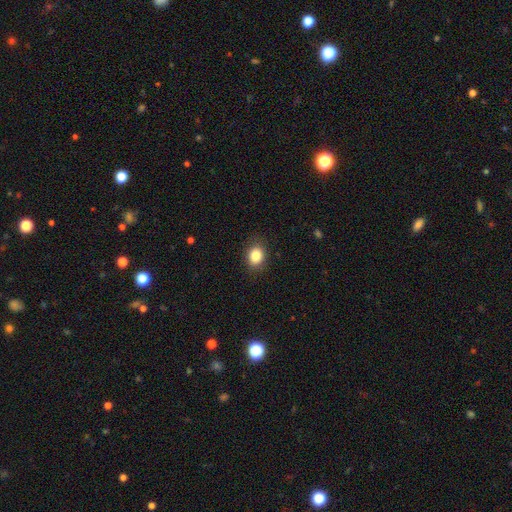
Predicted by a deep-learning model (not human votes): smooth 84%, star or artifact 10%, featured or disk 6%. Down the decision tree: how rounded — round (50%); merging — none (86%).